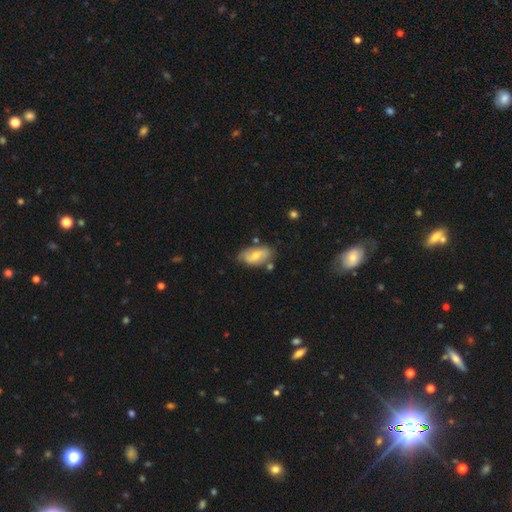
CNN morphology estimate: Smooth or featured? Predicted: smooth (p=0.54). How rounded? Predicted: in between (p=0.91). Merging? Predicted: none (p=0.61).